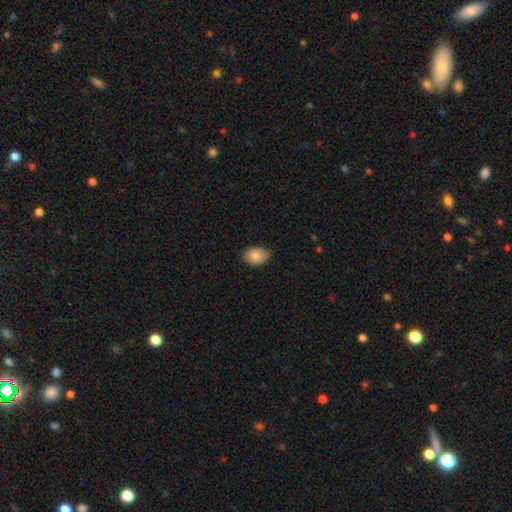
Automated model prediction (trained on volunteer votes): This is clearly a smooth galaxy (86%). How rounded: clearly in between (83%). Merging: likely none (74%).